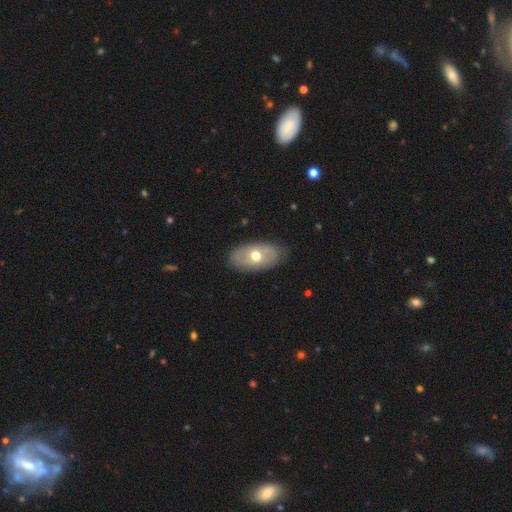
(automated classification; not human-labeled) This is possibly a smooth galaxy (53%). How rounded: clearly in between (90%). Merging: likely none (80%).